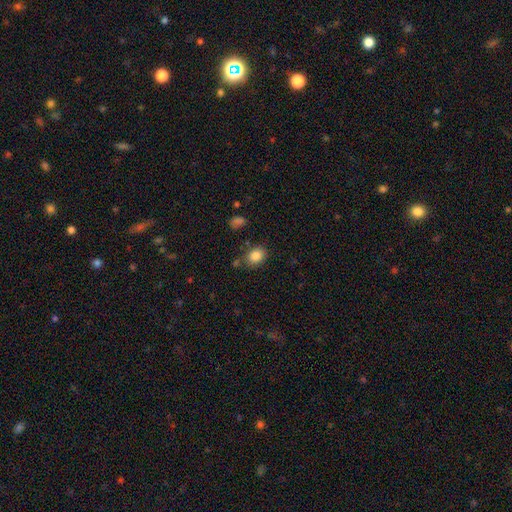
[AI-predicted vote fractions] smooth 85%, star or artifact 9%, featured or disk 6%. Down the decision tree: how rounded — in between (56%); merging — none (75%).